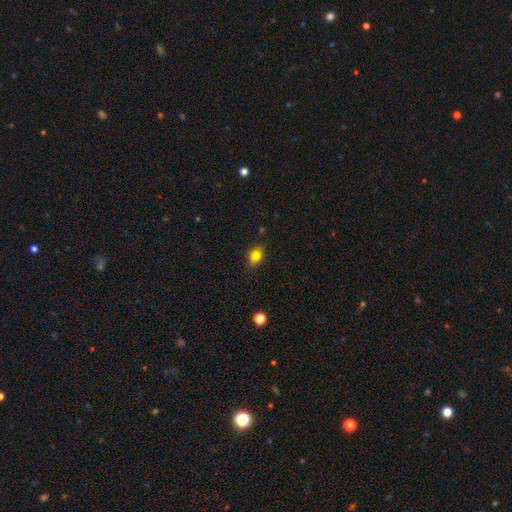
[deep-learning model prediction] Morphology: type=smooth (58%); roundness=round (54%); merging=none (83%).